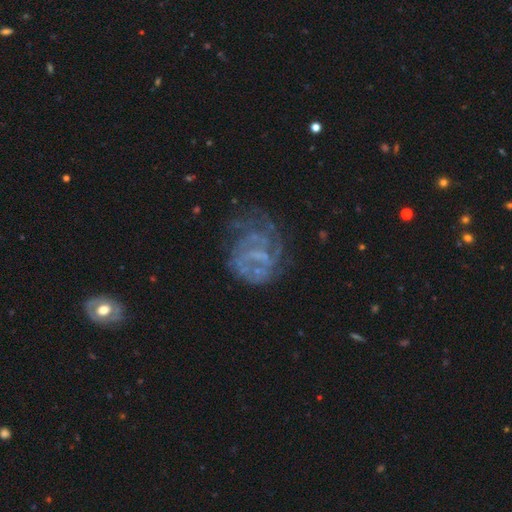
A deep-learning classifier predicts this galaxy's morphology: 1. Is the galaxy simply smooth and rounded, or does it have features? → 70% featured or disk, 16% smooth, 14% star or artifact.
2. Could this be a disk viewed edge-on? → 98% no, 2% yes.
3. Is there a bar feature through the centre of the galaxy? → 54% no, 33% weak, 12% strong.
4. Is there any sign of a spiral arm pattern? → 65% yes, 35% no.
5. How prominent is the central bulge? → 64% none, 24% small, 10% moderate, 2% large, 1% dominant.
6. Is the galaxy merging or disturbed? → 49% none, 28% major disturbance, 21% minor disturbance, 3% merger.